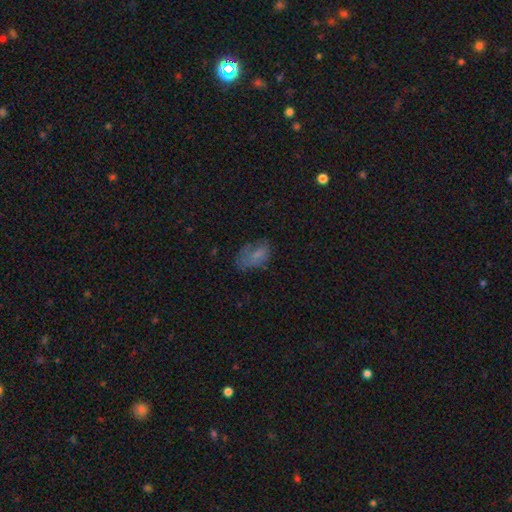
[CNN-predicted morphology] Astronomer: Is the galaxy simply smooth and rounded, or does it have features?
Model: smooth — 62%.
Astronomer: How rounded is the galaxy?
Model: in between — 89%.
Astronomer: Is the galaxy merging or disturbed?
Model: none — 43% (runner-up: minor disturbance, 29%).